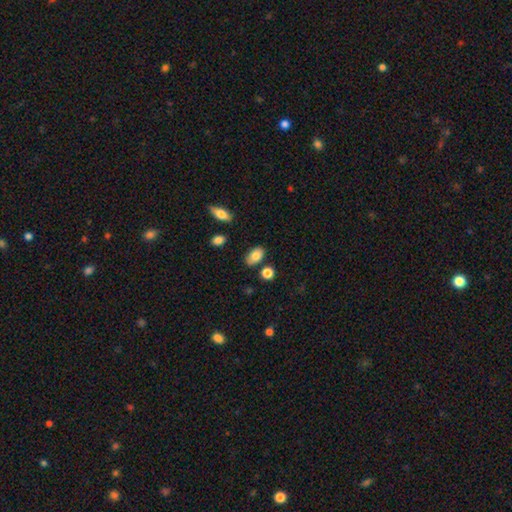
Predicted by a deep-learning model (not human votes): Smooth or featured? Predicted: smooth (p=0.82). How rounded? Predicted: in between (p=0.92). Merging? Predicted: none (p=0.79).